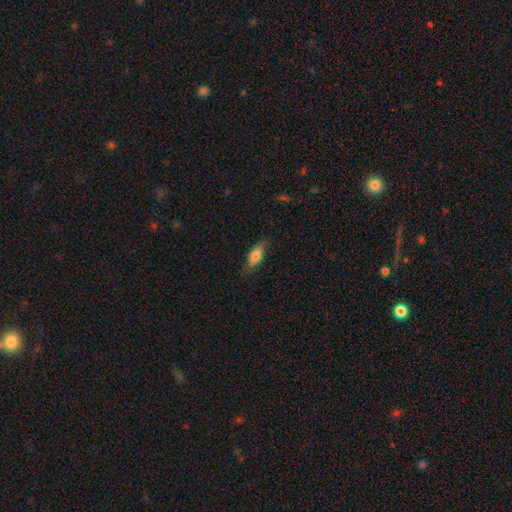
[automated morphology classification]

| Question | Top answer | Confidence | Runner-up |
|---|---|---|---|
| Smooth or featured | smooth | 75% | featured or disk (18%) |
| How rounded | in between | 70% | cigar-shaped (27%) |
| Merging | none | 78% | minor disturbance (18%) |